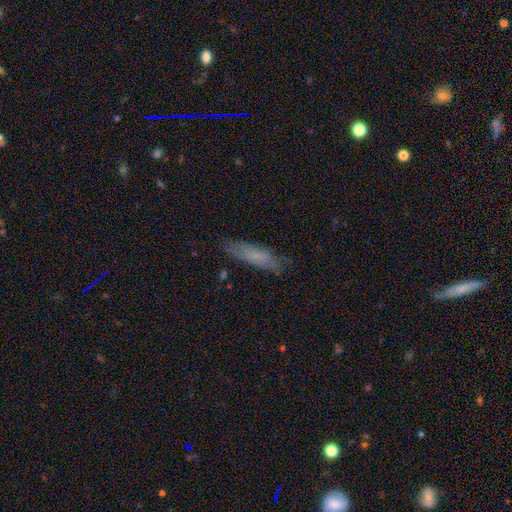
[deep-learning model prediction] Smooth or featured: smooth — 63% (featured or disk — 29%)
How rounded: cigar-shaped — 69% (in between — 29%)
Merging: none — 78% (minor disturbance — 17%)